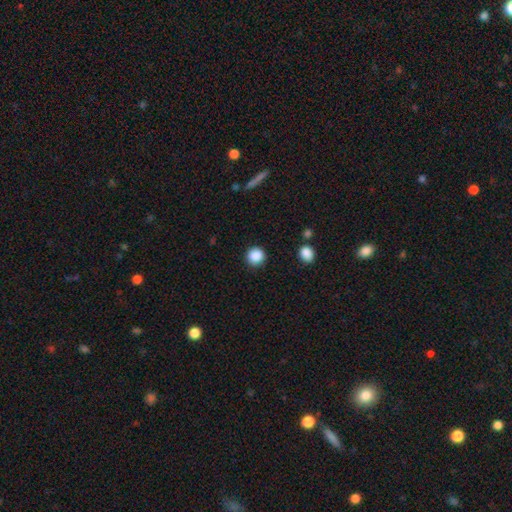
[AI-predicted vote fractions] Smooth or featured? smooth (88%)
How rounded? round (93%)
Merging? none (90%)